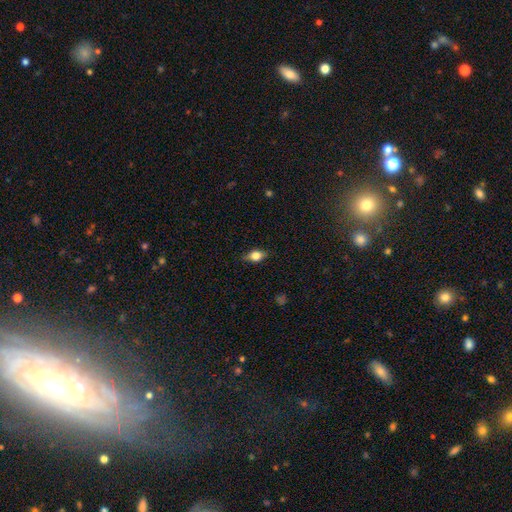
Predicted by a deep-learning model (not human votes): smooth-or-featured: smooth: 65% | featured or disk: 25% | star or artifact: 9%
  how-rounded: in between: 74% | round: 17% | cigar-shaped: 9%
  merging: none: 82% | minor disturbance: 14% | major disturbance: 3% | merger: 1%